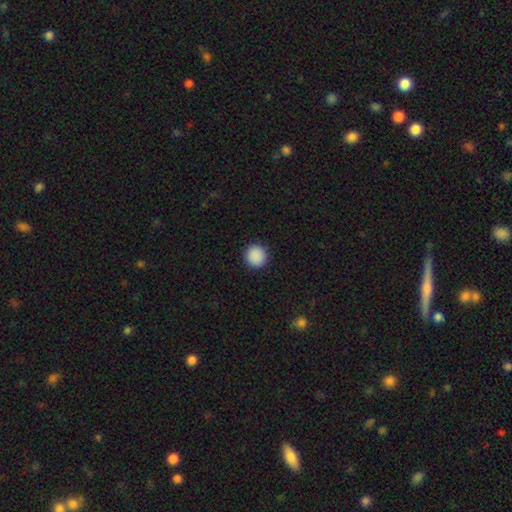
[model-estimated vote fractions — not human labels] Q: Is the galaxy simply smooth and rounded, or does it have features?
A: smooth — 90%.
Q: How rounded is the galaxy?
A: round — 95%.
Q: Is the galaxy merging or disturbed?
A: none — 93%.